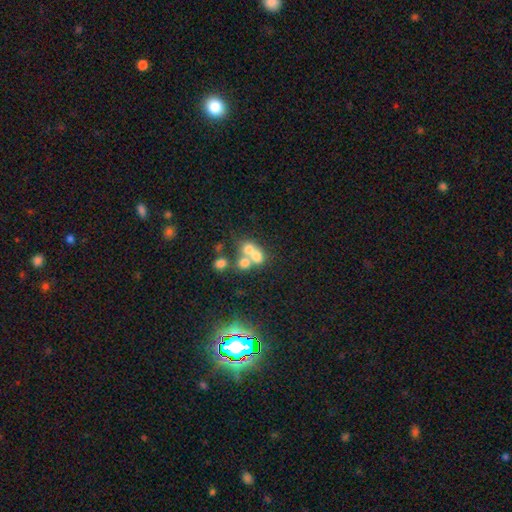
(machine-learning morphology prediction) Smooth or featured? Predicted: smooth (p=0.59). How rounded? Predicted: round (p=0.67). Merging? Predicted: merger (p=0.61).